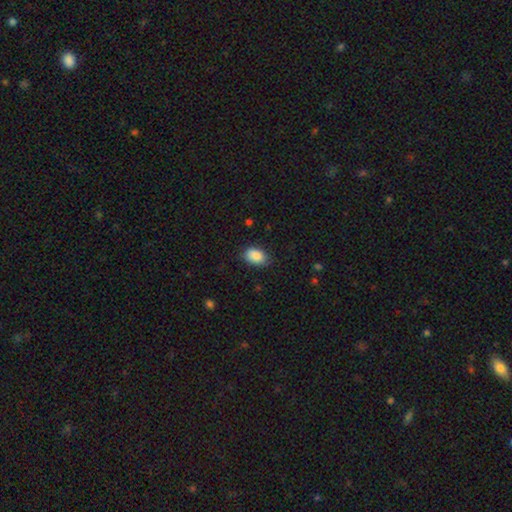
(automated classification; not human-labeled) Smooth or featured? smooth (87%)
How rounded? in between (89%)
Merging? none (79%)